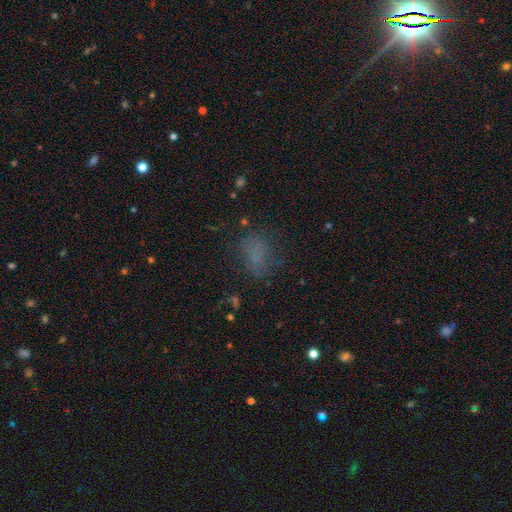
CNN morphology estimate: A smooth galaxy with no disk features (67%) that is in between round and cigar-shaped (67%). Merging: none (68%).